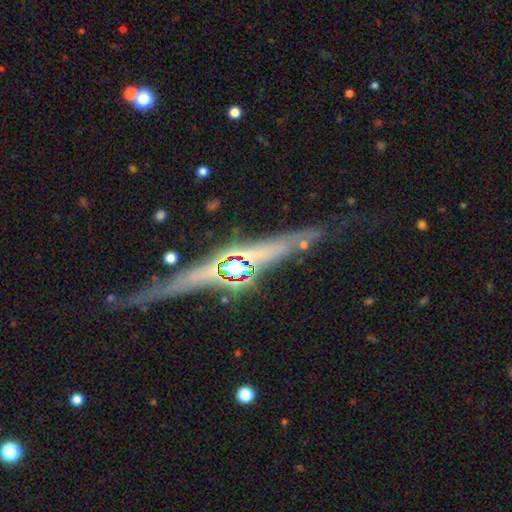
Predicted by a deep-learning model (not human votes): Smooth or featured? star or artifact (40%)